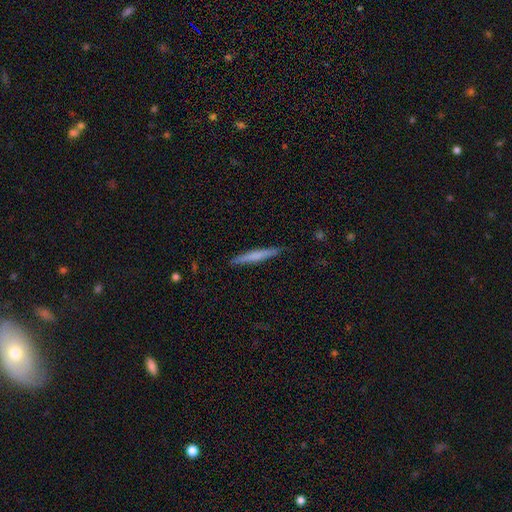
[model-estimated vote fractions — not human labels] Overall: smooth (59%; featured or disk 35%). How rounded: cigar-shaped (96%). Merging: none (90%).